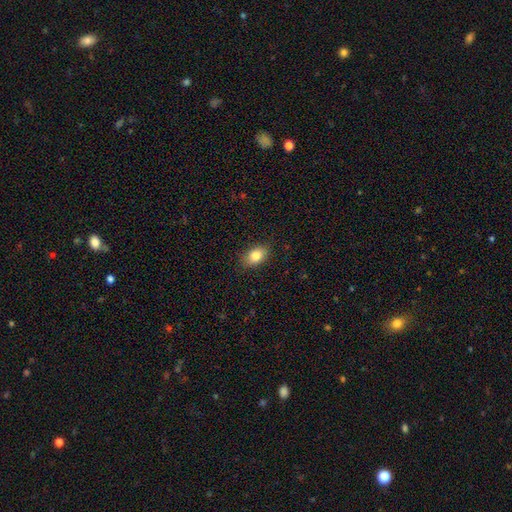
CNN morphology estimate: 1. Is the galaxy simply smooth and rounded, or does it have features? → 83% smooth, 9% featured or disk, 8% star or artifact.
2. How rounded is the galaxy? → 85% in between, 13% round, 2% cigar-shaped.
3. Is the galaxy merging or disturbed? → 87% none, 10% minor disturbance, 2% major disturbance, 1% merger.